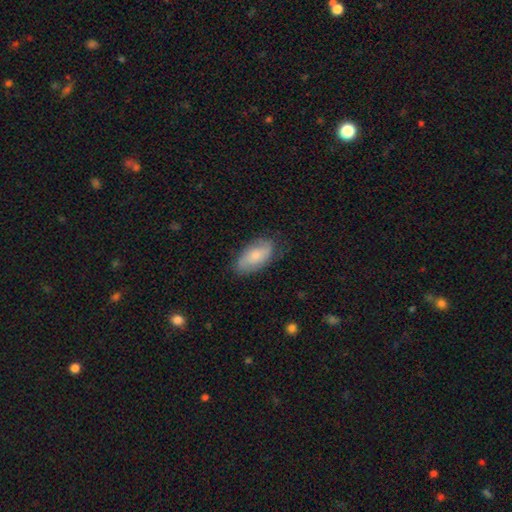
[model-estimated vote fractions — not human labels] The model was most divided on "smooth or featured": smooth: 67%, featured or disk: 27%, star or artifact: 6%. More confident: how rounded — in between (91%); merging — none (75%).